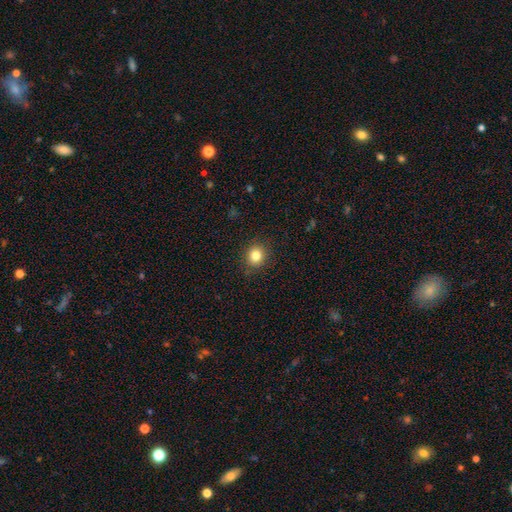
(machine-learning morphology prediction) smooth-or-featured: smooth: 82% | star or artifact: 12% | featured or disk: 6%
  how-rounded: round: 84% | in between: 15% | cigar-shaped: 1%
  merging: none: 89% | minor disturbance: 7% | major disturbance: 2% | merger: 1%